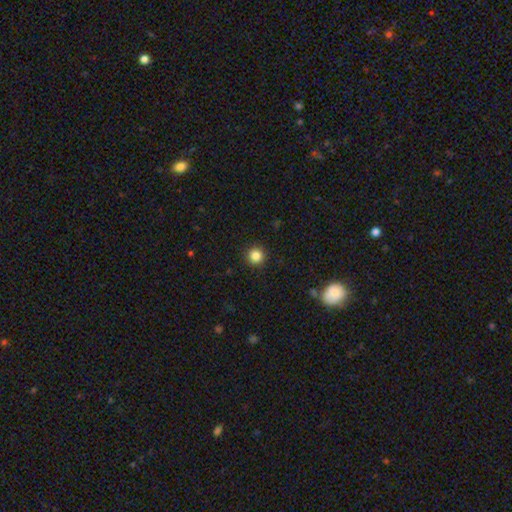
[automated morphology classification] This is clearly a smooth galaxy (84%). How rounded: clearly round (95%). Merging: clearly none (92%).